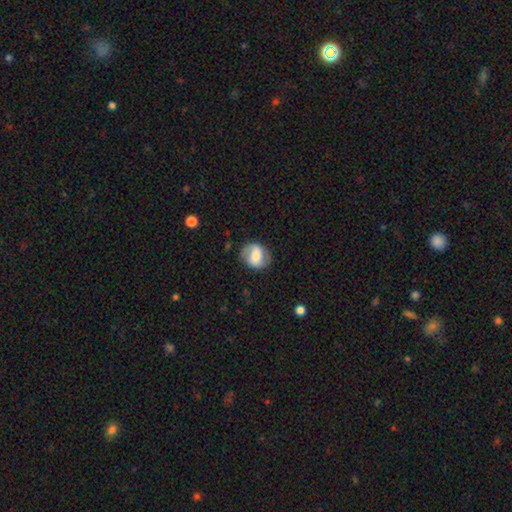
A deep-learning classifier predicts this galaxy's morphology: featured or disk 48%, smooth 44%, star or artifact 8%. Down the decision tree: merging — none (76%).